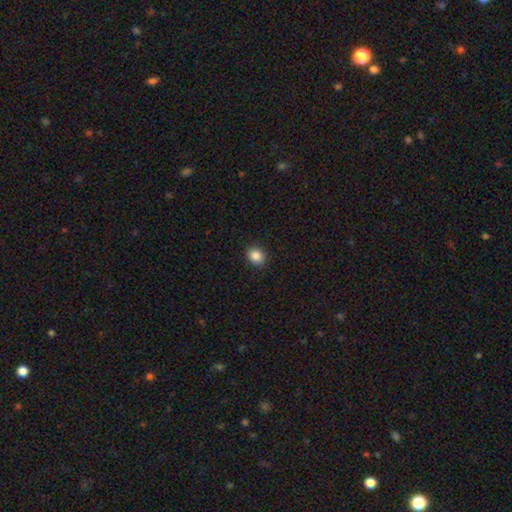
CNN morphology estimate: Q: Smooth or featured?
A: smooth (87%); runner-up: star or artifact (10%)
Q: How rounded?
A: round (72%); runner-up: in between (28%)
Q: Merging?
A: none (91%); runner-up: minor disturbance (6%)